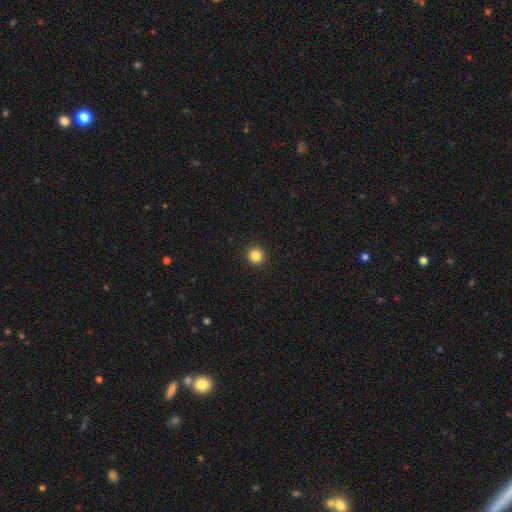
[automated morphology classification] smooth_or_featured: smooth (p=0.85) [alt: star or artifact p=0.11]
how_rounded: round (p=0.95) [alt: in between p=0.04]
merging: none (p=0.94) [alt: minor disturbance p=0.04]